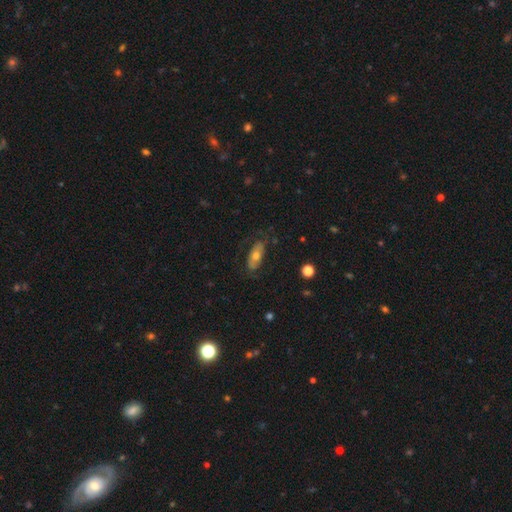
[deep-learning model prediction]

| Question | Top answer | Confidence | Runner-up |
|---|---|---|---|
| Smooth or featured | smooth | 51% | featured or disk (41%) |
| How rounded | in between | 80% | cigar-shaped (16%) |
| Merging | none | 68% | minor disturbance (20%) |